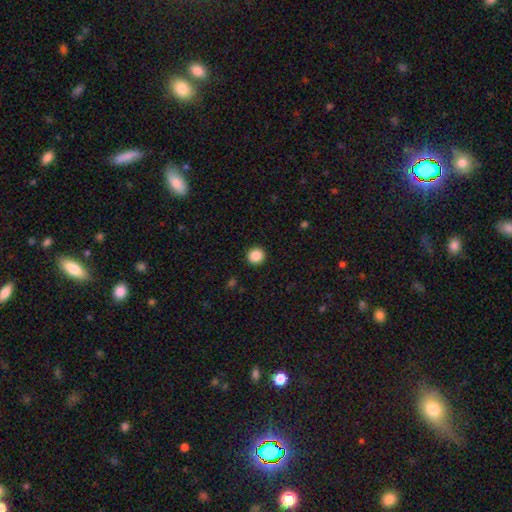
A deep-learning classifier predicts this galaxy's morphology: smooth 87%, star or artifact 10%, featured or disk 3%. Down the decision tree: how rounded — round (92%); merging — none (93%).